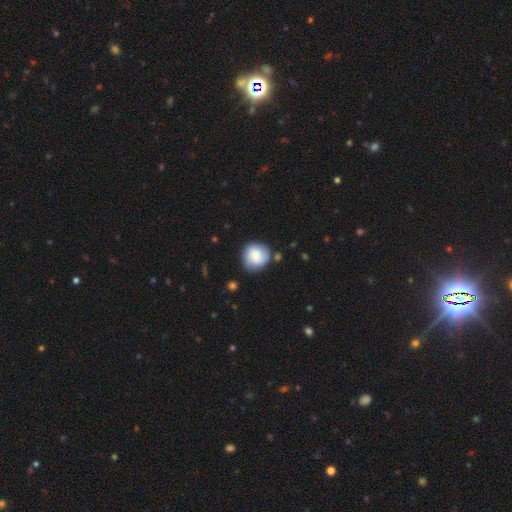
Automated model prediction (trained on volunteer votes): Smooth or featured? smooth (61%)
How rounded? round (87%)
Merging? none (75%)